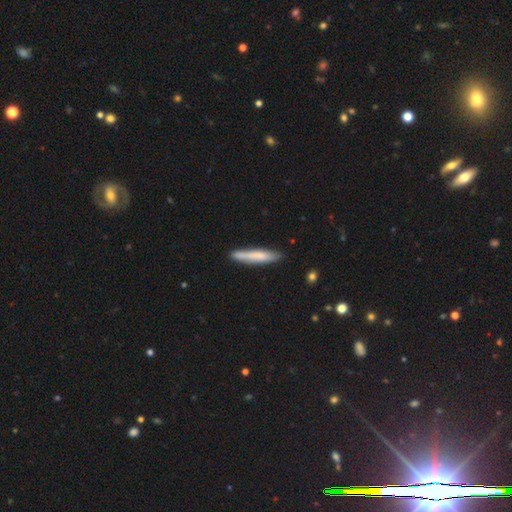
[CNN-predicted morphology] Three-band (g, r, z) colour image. It shows a smooth galaxy with no disk features (70%) that is cigar-shaped (93%). Merging: none (81%).